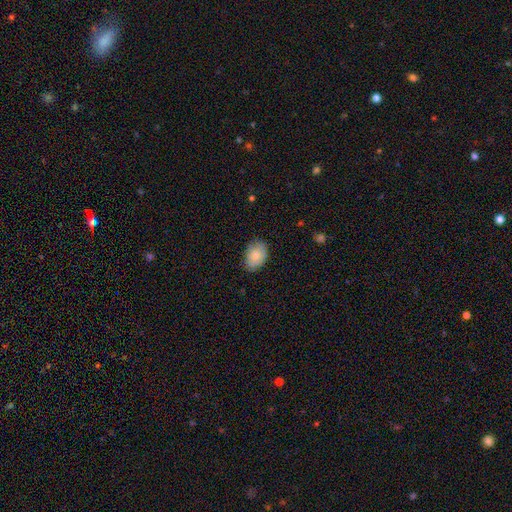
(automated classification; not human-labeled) smooth-or-featured: smooth: 77% | featured or disk: 16% | star or artifact: 7%
  how-rounded: in between: 81% | round: 18% | cigar-shaped: 1%
  merging: none: 77% | minor disturbance: 19% | major disturbance: 3% | merger: 1%